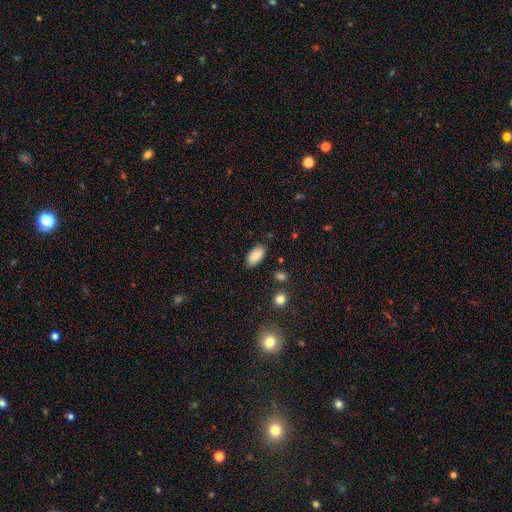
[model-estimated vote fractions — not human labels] Overall: smooth (87%). How rounded: in between (93%). Merging: none (84%).